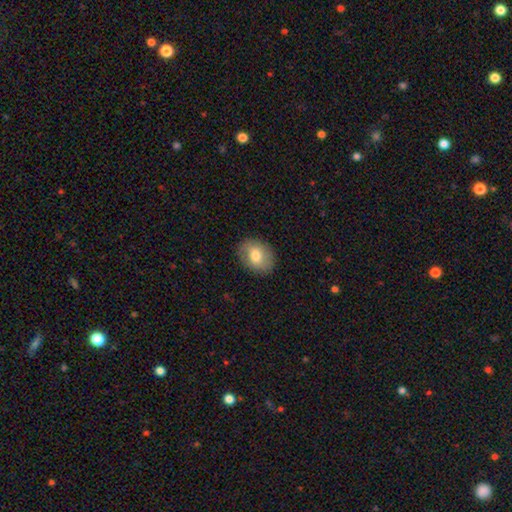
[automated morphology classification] A smooth galaxy with no disk features (74%) that is in between round and cigar-shaped (63%). Merging: none (86%).